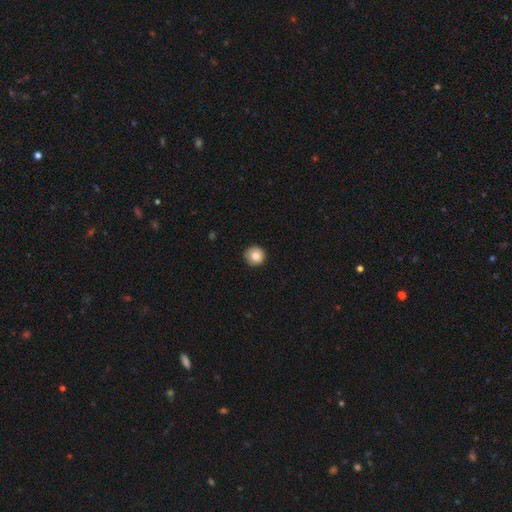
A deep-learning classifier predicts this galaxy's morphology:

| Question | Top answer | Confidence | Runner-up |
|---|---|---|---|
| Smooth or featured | smooth | 80% | featured or disk (11%) |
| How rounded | round | 95% | in between (4%) |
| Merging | none | 86% | minor disturbance (11%) |